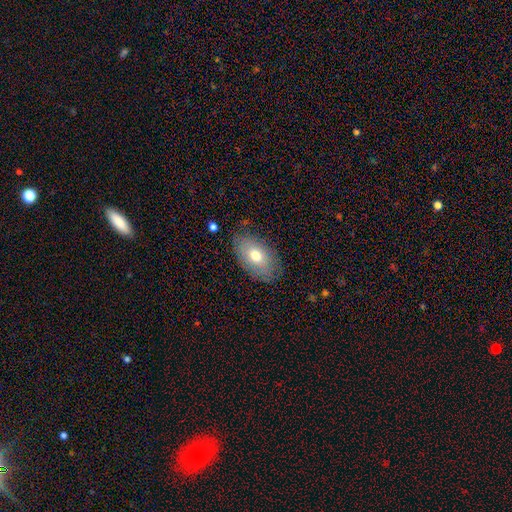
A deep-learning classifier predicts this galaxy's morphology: smooth-or-featured: smooth: 70% | featured or disk: 22% | star or artifact: 8%
  how-rounded: in between: 91% | round: 7% | cigar-shaped: 2%
  merging: none: 80% | minor disturbance: 15% | major disturbance: 4% | merger: 1%